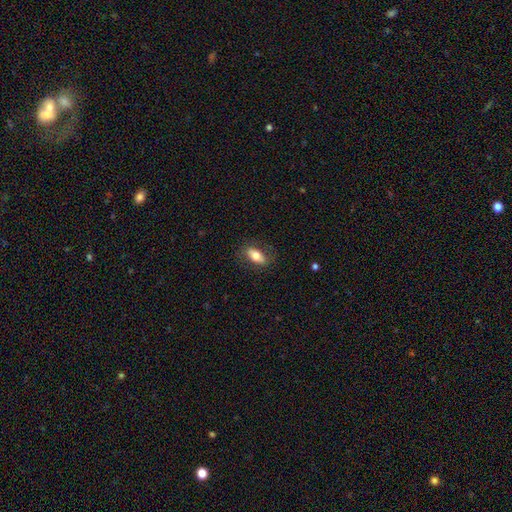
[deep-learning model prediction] This is likely a smooth galaxy (71%). How rounded: clearly in between (87%). Merging: likely none (79%).